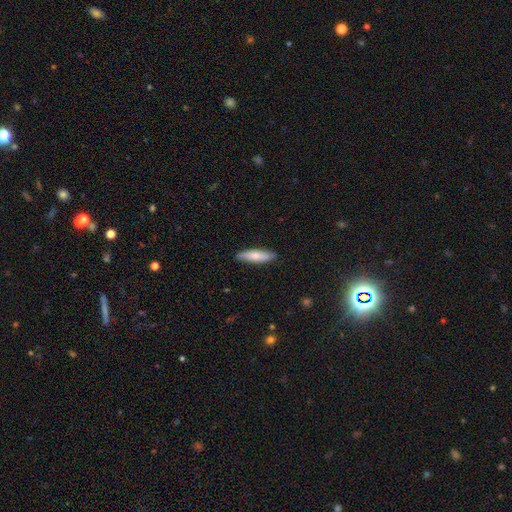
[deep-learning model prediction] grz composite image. It shows a smooth galaxy with no disk features (71%) that is cigar-shaped (70%). Merging: none (87%).